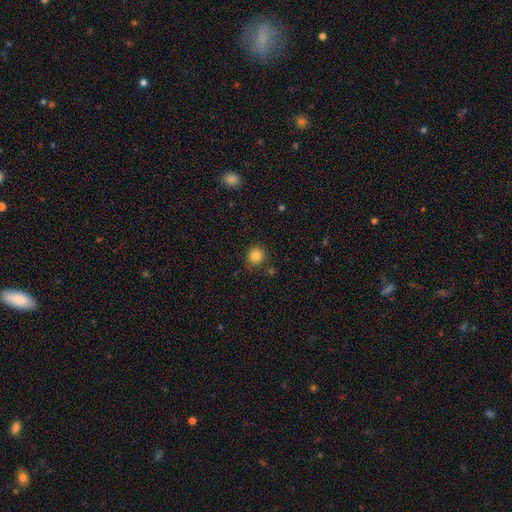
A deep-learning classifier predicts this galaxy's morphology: type=smooth (84%); roundness=round (90%); merging=none (83%).